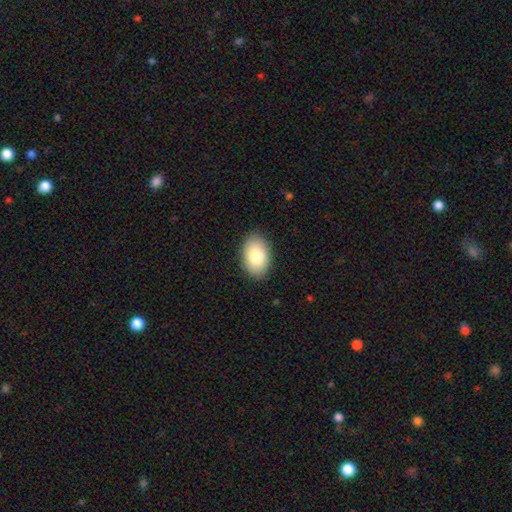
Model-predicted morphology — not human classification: This appears to be a smooth galaxy with no disk features (82%) that is in between round and cigar-shaped (90%). Merging: none (88%).